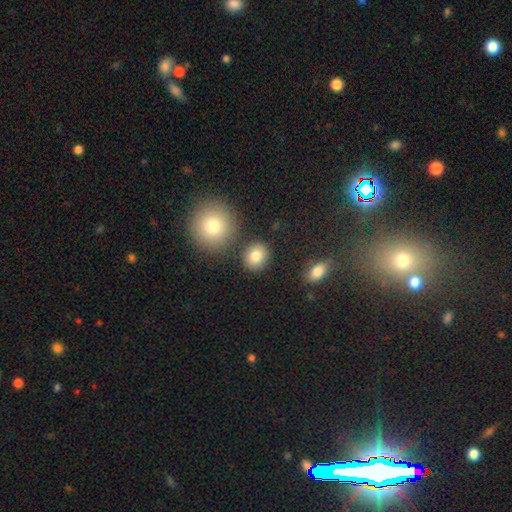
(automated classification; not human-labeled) Overall: smooth (83%). How rounded: round (70%). Merging: none (82%).